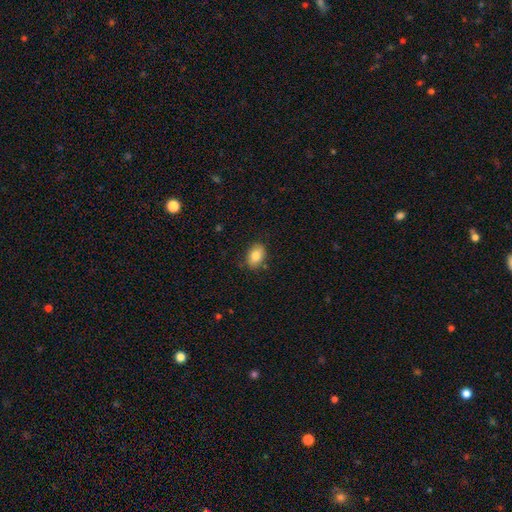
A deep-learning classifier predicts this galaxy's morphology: This is clearly a smooth galaxy (84%). How rounded: clearly in between (83%). Merging: clearly none (83%).